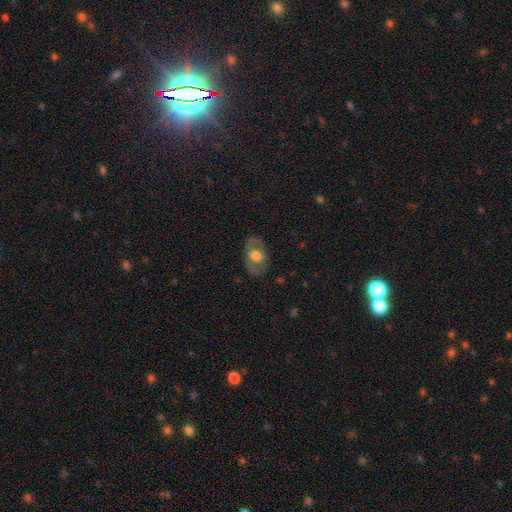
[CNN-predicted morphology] This is possibly a smooth galaxy (49%). Merging: likely none (80%).